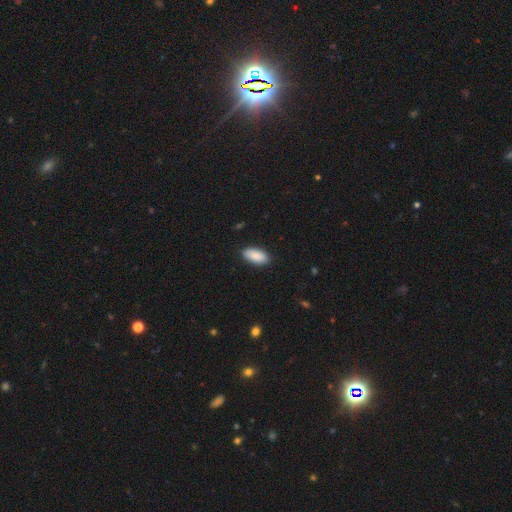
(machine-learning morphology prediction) Smooth or featured? smooth (90%)
How rounded? in between (92%)
Merging? none (88%)